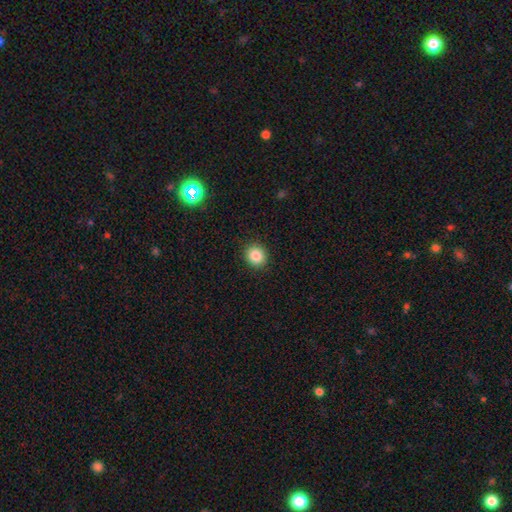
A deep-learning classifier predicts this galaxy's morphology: Smooth or featured?
  - smooth: 85% *
  - star or artifact: 10%
  - featured or disk: 5%
How rounded?
  - round: 82% *
  - in between: 17%
  - cigar-shaped: 1%
Merging?
  - none: 91% *
  - minor disturbance: 6%
  - major disturbance: 2%
  - merger: 1%